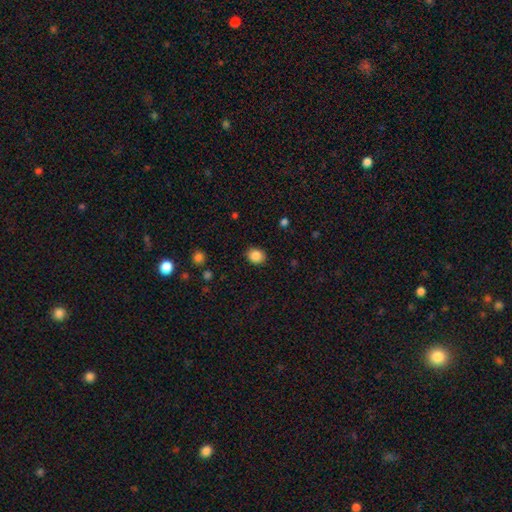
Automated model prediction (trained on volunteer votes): A smooth galaxy with no disk features (86%) that is round (64%).

Vote fractions:
- Smooth or featured? smooth: 86% / star or artifact: 9% / featured or disk: 4%
- How rounded? round: 64% / in between: 35% / cigar-shaped: 1%
- Merging? none: 89% / minor disturbance: 8% / major disturbance: 2% / merger: 1%